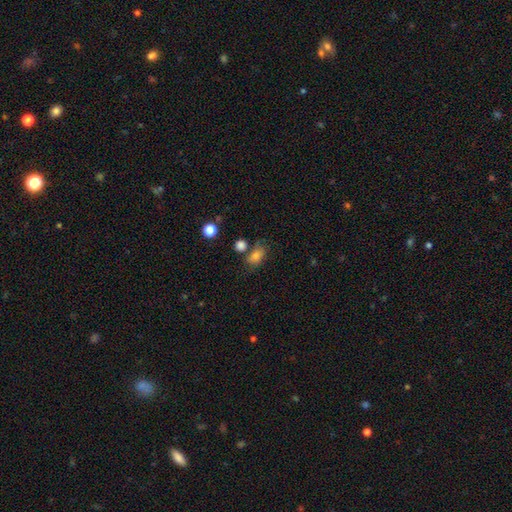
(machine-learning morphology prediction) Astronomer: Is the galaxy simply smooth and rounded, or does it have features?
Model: smooth — 77%.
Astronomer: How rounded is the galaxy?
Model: in between — 76%.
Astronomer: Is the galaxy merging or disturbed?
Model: none — 54%.